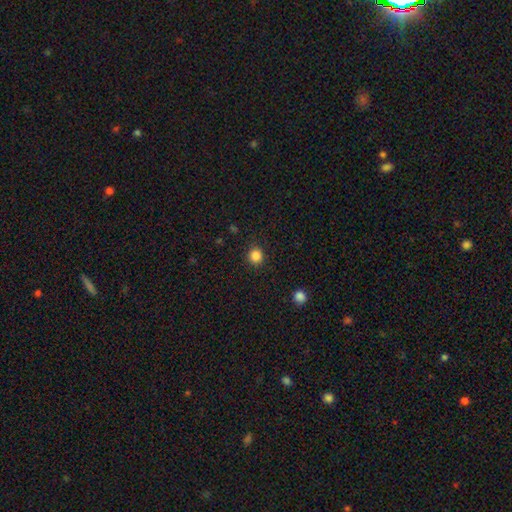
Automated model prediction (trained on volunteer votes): Smooth or featured?
  - smooth: 85% *
  - star or artifact: 12%
  - featured or disk: 3%
How rounded?
  - round: 92% *
  - in between: 7%
  - cigar-shaped: 1%
Merging?
  - none: 91% *
  - minor disturbance: 6%
  - major disturbance: 2%
  - merger: 1%